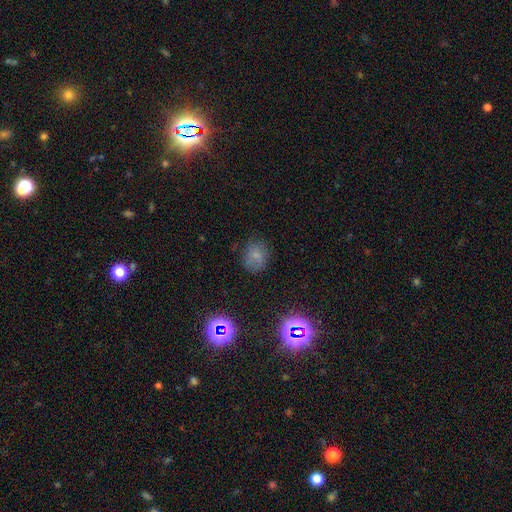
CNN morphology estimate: Smooth or featured? Predicted: smooth (p=0.68). How rounded? Predicted: round (p=0.63). Merging? Predicted: none (p=0.70).